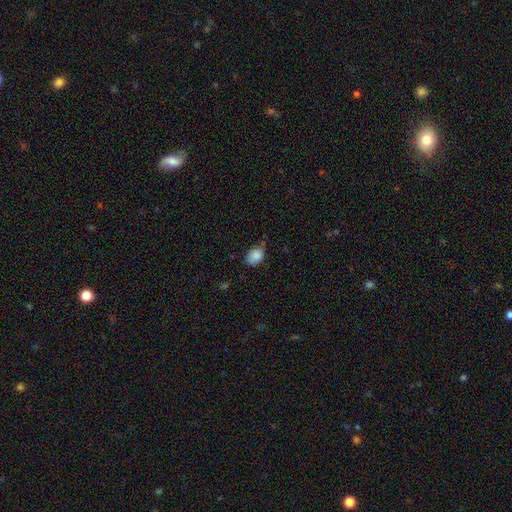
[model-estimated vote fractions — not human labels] A smooth galaxy with no disk features (85%) that is in between round and cigar-shaped (71%). Merging: none (57%).